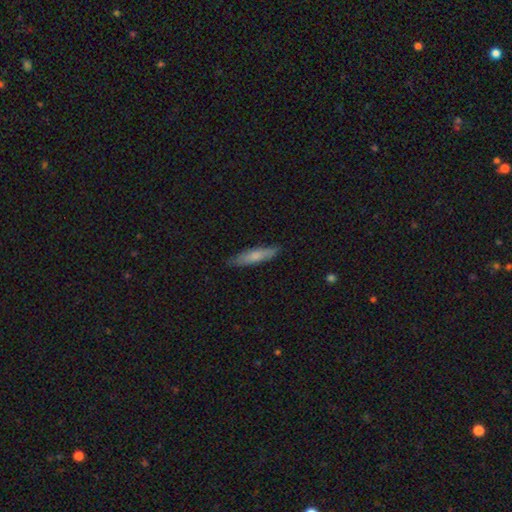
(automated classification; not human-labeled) A smooth galaxy with no disk features (70%) that is cigar-shaped (81%).

Vote fractions:
- Smooth or featured? smooth: 70% / featured or disk: 25% / star or artifact: 6%
- How rounded? cigar-shaped: 81% / in between: 17% / round: 2%
- Merging? none: 85% / minor disturbance: 12% / major disturbance: 2% / merger: 1%